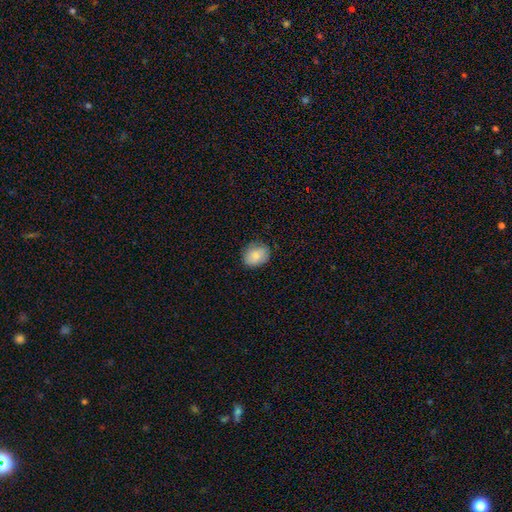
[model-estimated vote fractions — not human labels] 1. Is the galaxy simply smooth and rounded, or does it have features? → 81% smooth, 11% featured or disk, 7% star or artifact.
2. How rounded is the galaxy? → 52% round, 47% in between, 1% cigar-shaped.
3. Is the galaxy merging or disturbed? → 77% none, 18% minor disturbance, 4% major disturbance, 1% merger.